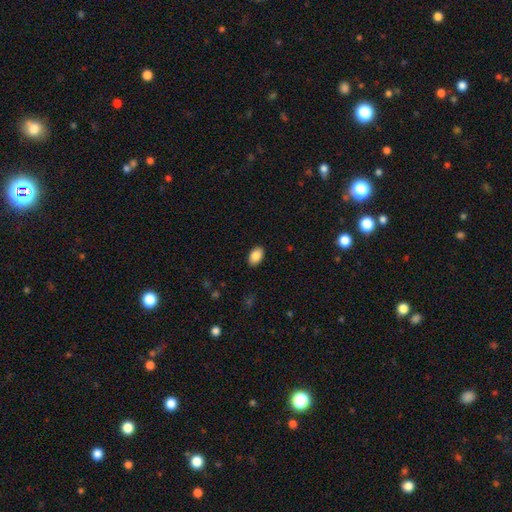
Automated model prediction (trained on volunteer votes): This appears to be a smooth galaxy with no disk features (88%) that is in between round and cigar-shaped (91%). Merging: none (89%).